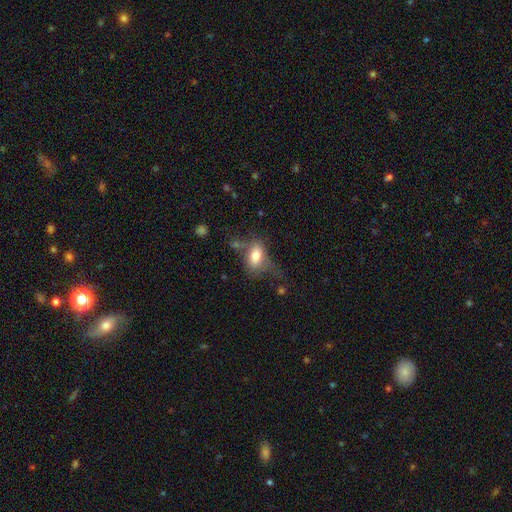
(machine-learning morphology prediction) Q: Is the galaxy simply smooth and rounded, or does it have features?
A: smooth — 73%.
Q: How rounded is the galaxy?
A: in between — 85%.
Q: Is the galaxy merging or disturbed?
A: none — 42%.